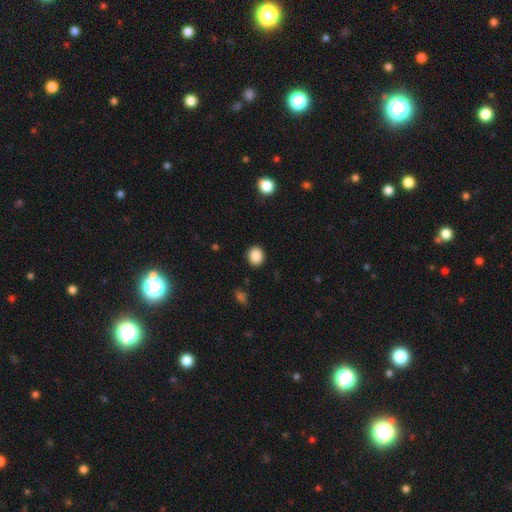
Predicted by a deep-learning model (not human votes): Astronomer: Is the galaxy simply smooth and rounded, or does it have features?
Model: smooth — 88%.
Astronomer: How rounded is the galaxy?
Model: round — 70%.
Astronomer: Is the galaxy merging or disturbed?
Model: none — 90%.